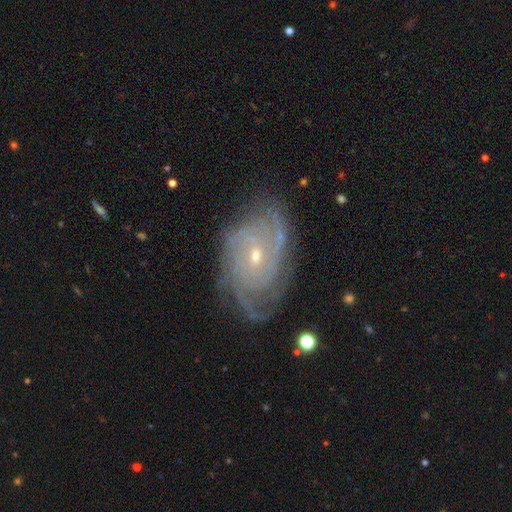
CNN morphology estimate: featured or disk 86%, smooth 7%, star or artifact 6%. Down the decision tree: edge-on disk — no (96%); bar — no (66%); spiral arms — yes (96%); spiral arm count — can't tell (31%); spiral winding — tight (68%); bulge size — small (70%); merging — none (68%).